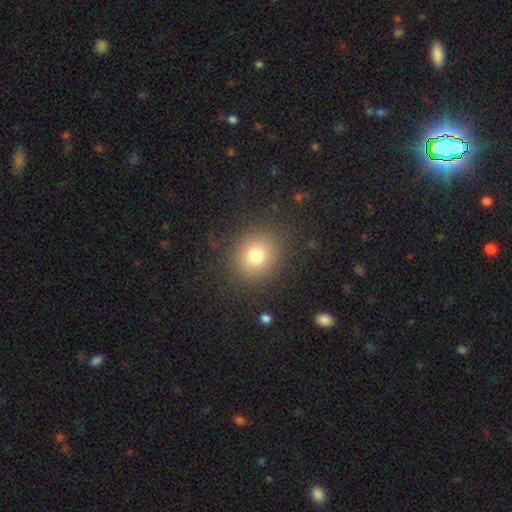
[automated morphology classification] A smooth galaxy with no disk features (77%) that is round (76%).

Vote fractions:
- Smooth or featured? smooth: 77% / star or artifact: 13% / featured or disk: 10%
- How rounded? round: 76% / in between: 23% / cigar-shaped: 1%
- Merging? none: 87% / minor disturbance: 8% / major disturbance: 4% / merger: 1%